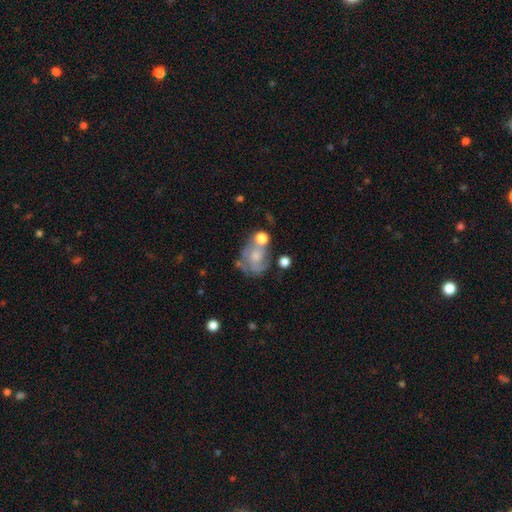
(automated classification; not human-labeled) smooth-or-featured: featured or disk: 55% | smooth: 35% | star or artifact: 10%
  disk-edge-on: no: 97% | yes: 3%
    bar: no: 81% | weak: 17% | strong: 3%
    has-spiral-arms: yes: 62% | no: 38%
    bulge-size: small: 39% | moderate: 36% | none: 17% | large: 6% | dominant: 2%
  merging: none: 39% | minor disturbance: 22% | merger: 20% | major disturbance: 19%